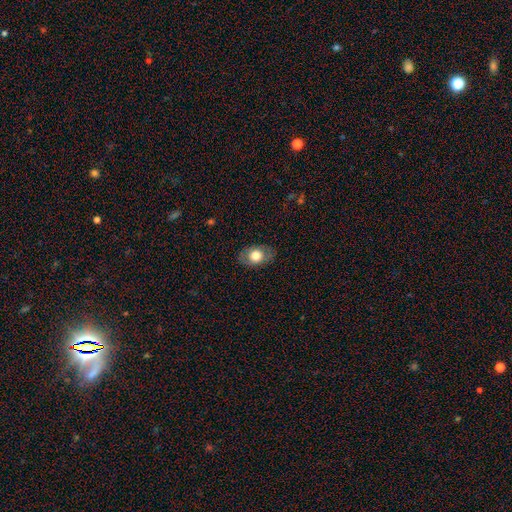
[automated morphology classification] A smooth galaxy with no disk features (70%) that is in between round and cigar-shaped (79%).

Vote fractions:
- Smooth or featured? smooth: 70% / featured or disk: 23% / star or artifact: 7%
- How rounded? in between: 79% / round: 20% / cigar-shaped: 1%
- Merging? none: 81% / minor disturbance: 13% / major disturbance: 4% / merger: 1%